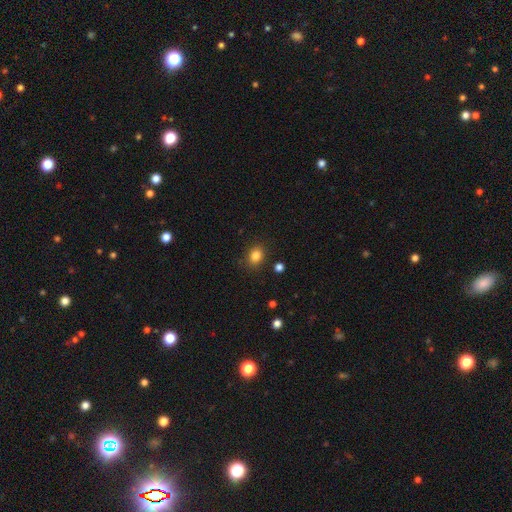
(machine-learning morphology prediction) type=smooth (83%); roundness=round (50%); merging=none (85%).